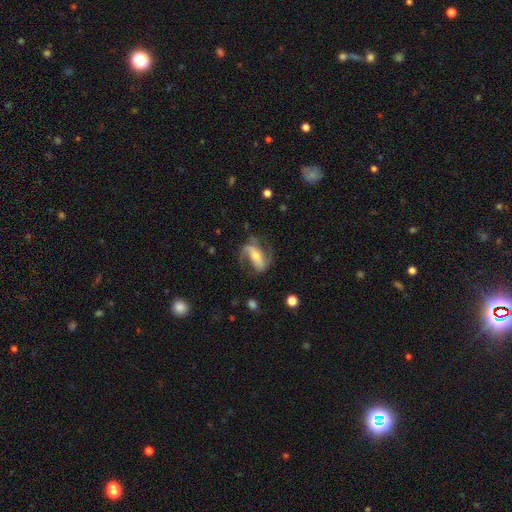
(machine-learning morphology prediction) Smooth or featured?
  - featured or disk: 77% *
  - smooth: 16%
  - star or artifact: 7%
Edge-on disk?
  - no: 92% *
  - yes: 8%
Bar?
  - strong: 52% *
  - weak: 26%
  - no: 22%
Spiral arms?
  - yes: 91% *
  - no: 9%
Spiral winding?
  - medium: 42% *
  - loose: 39%
  - tight: 19%
Spiral arm count?
  - 2: 82% *
  - 1: 7%
  - can't tell: 6%
  - 3: 2%
  - 4: 1%
  - more than 4: 1%
Bulge size?
  - moderate: 48% *
  - small: 42%
  - large: 6%
  - none: 3%
  - dominant: 2%
Merging?
  - none: 62% *
  - minor disturbance: 19%
  - major disturbance: 17%
  - merger: 2%